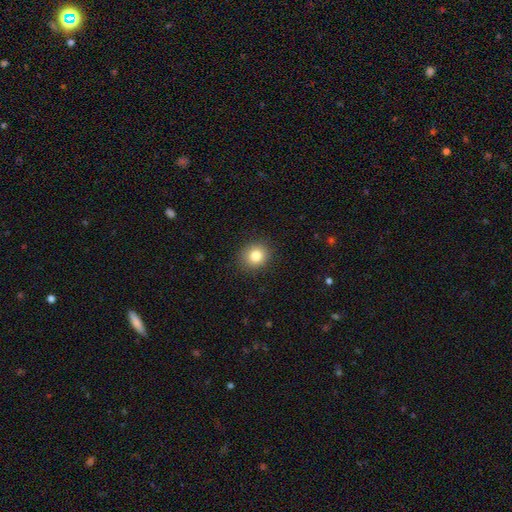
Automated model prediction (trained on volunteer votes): Smooth or featured: smooth — 82% (star or artifact — 10%)
How rounded: round — 82% (in between — 17%)
Merging: none — 90% (minor disturbance — 7%)